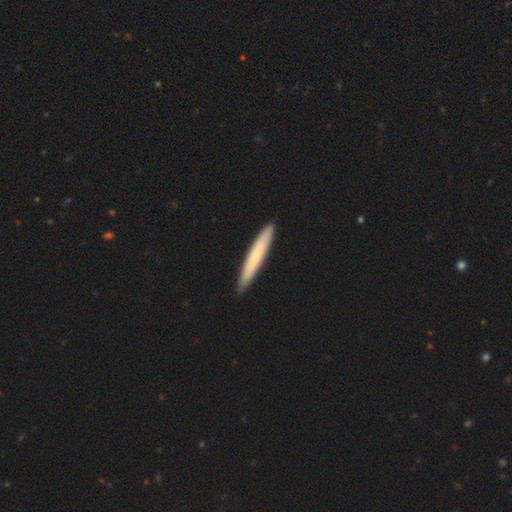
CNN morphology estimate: smooth-or-featured: smooth: 63% | featured or disk: 32% | star or artifact: 5%
  how-rounded: cigar-shaped: 95% | in between: 3% | round: 1%
  merging: none: 91% | minor disturbance: 6% | major disturbance: 1% | merger: 1%